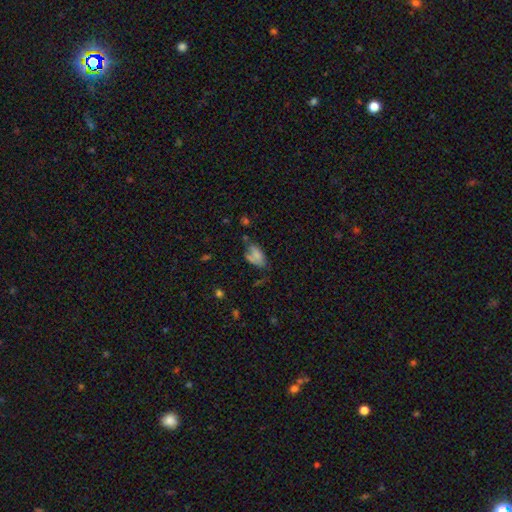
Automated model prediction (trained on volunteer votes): Smooth or featured?
  - smooth: 63% *
  - featured or disk: 25%
  - star or artifact: 12%
How rounded?
  - in between: 91% *
  - round: 5%
  - cigar-shaped: 4%
Merging?
  - none: 39% *
  - minor disturbance: 30%
  - major disturbance: 20%
  - merger: 11%